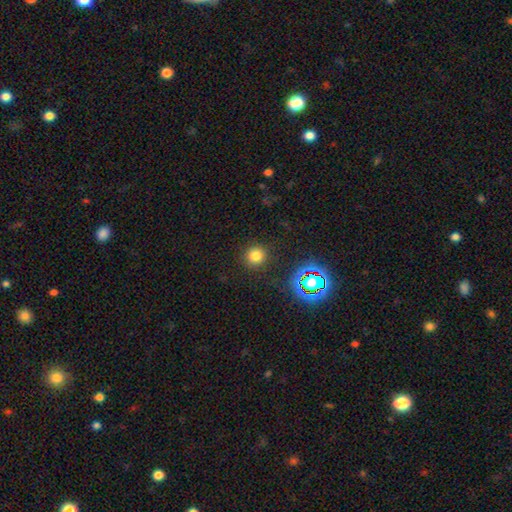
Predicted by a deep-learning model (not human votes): smooth-or-featured: smooth: 74% | star or artifact: 20% | featured or disk: 6%
  how-rounded: round: 91% | in between: 8% | cigar-shaped: 1%
  merging: none: 88% | minor disturbance: 7% | major disturbance: 3% | merger: 2%